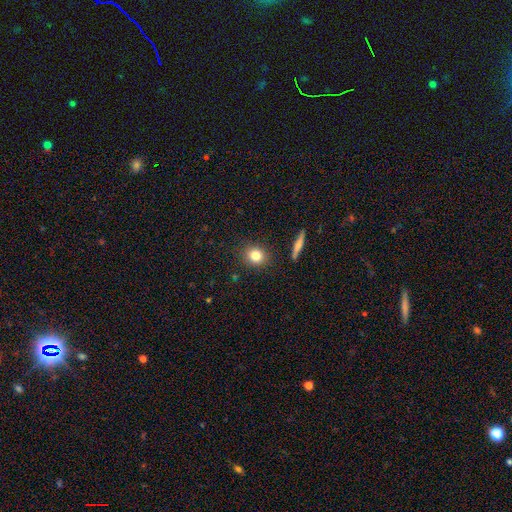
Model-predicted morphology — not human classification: Smooth or featured? smooth (80%)
How rounded? round (76%)
Merging? none (88%)